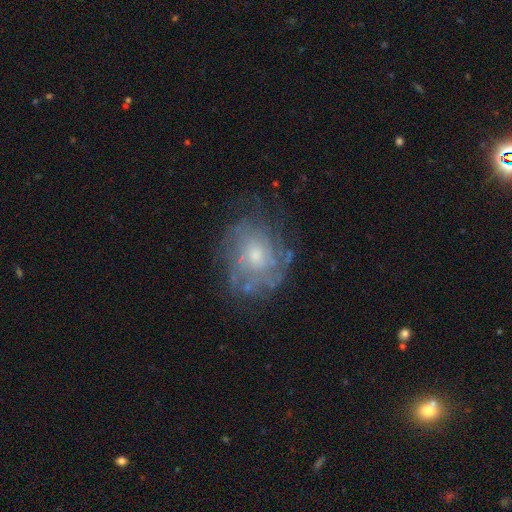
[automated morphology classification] Smooth or featured? Predicted: featured or disk (p=0.70). Edge-on disk? Predicted: no (p=0.97). Bar? Predicted: no (p=0.79). Spiral arms? Predicted: yes (p=0.73). Bulge size? Predicted: small (p=0.47). Merging? Predicted: none (p=0.64).